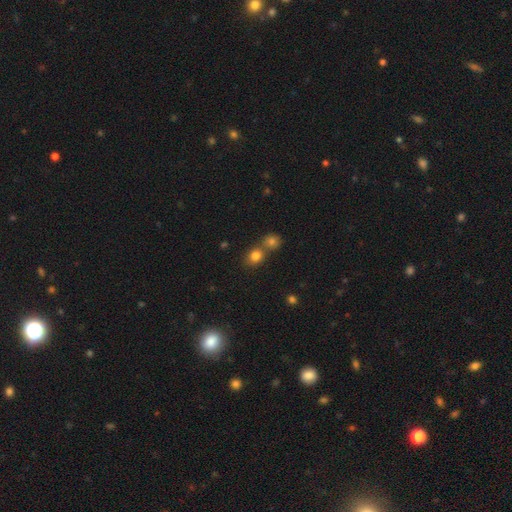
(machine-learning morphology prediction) smooth_or_featured: smooth (p=0.81) [alt: star or artifact p=0.12]
how_rounded: round (p=0.69) [alt: in between p=0.30]
merging: none (p=0.48) [alt: merger p=0.42]